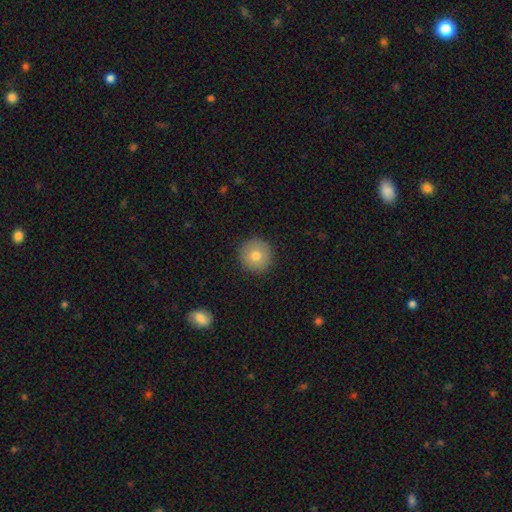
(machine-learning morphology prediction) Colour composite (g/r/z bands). It shows a smooth galaxy with no disk features (78%) that is round (95%). Merging: none (91%).